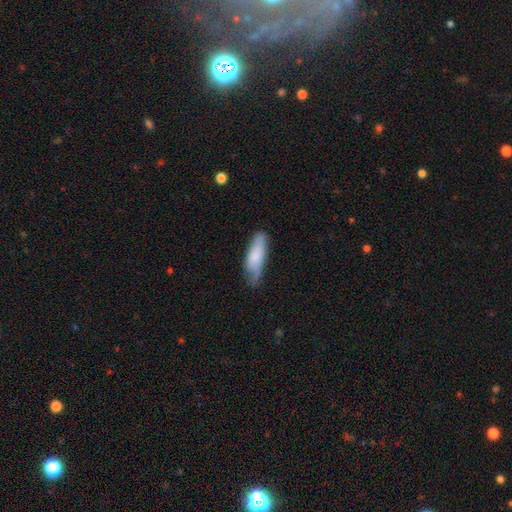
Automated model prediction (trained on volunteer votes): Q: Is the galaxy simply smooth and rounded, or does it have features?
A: smooth — 74%.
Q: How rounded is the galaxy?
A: in between — 55%.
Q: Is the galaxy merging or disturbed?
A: none — 58%.